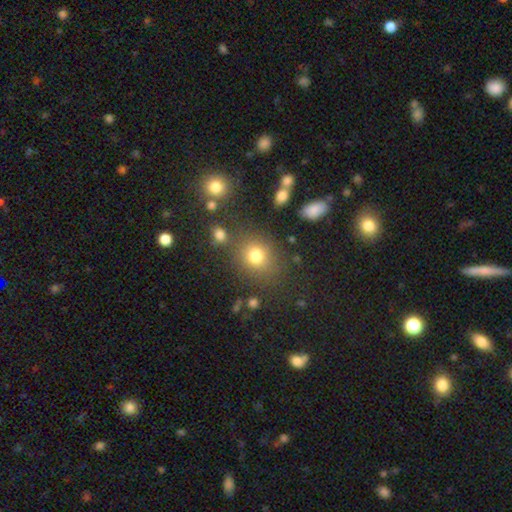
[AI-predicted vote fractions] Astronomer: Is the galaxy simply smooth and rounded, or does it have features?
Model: smooth — 76%.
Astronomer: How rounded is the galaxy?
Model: round — 74%.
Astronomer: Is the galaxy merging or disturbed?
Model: none — 75%.